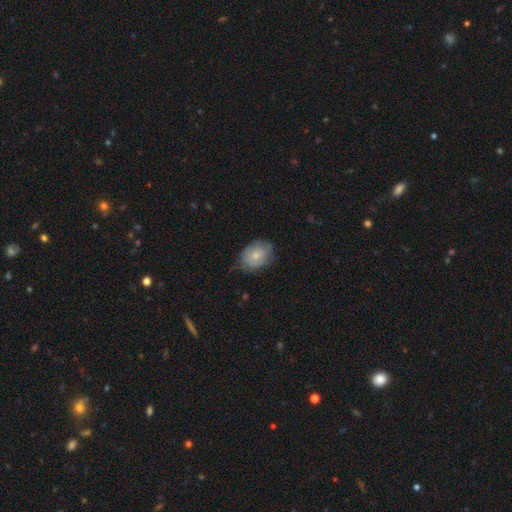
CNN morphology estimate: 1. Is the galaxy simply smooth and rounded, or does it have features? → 72% smooth, 21% featured or disk, 7% star or artifact.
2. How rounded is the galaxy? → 73% in between, 26% round, 1% cigar-shaped.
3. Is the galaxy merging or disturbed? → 59% none, 32% minor disturbance, 9% major disturbance, 1% merger.